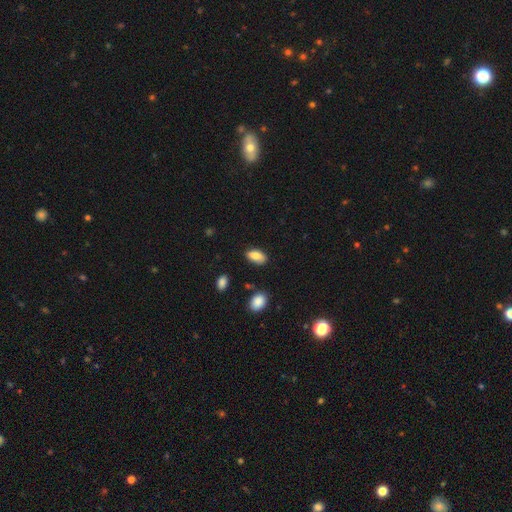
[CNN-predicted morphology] Overall: smooth (85%). How rounded: in between (92%). Merging: none (79%).